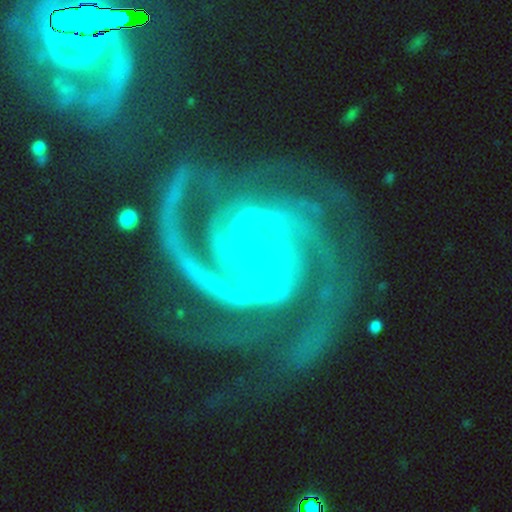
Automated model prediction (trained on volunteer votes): Smooth or featured? featured or disk (93%)
Edge-on disk? no (98%)
Bar? weak (39%)
Spiral arms? yes (99%)
Spiral winding? tight (48%)
Spiral arm count? 2 (38%)
Bulge size? small (67%)
Merging? none (55%)